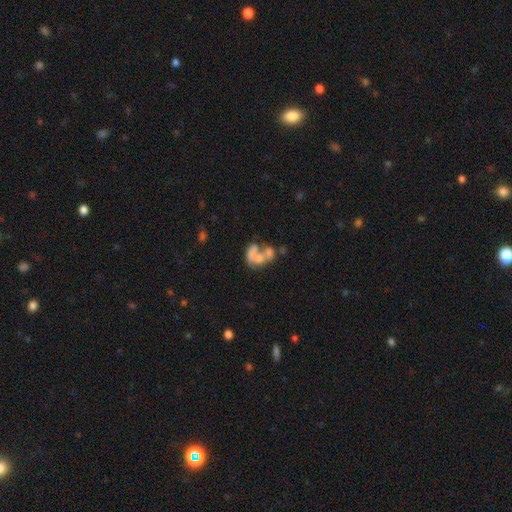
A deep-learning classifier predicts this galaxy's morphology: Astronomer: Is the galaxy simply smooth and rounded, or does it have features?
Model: smooth — 45% (runner-up: featured or disk, 44%).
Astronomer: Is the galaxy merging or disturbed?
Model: merger — 63%.